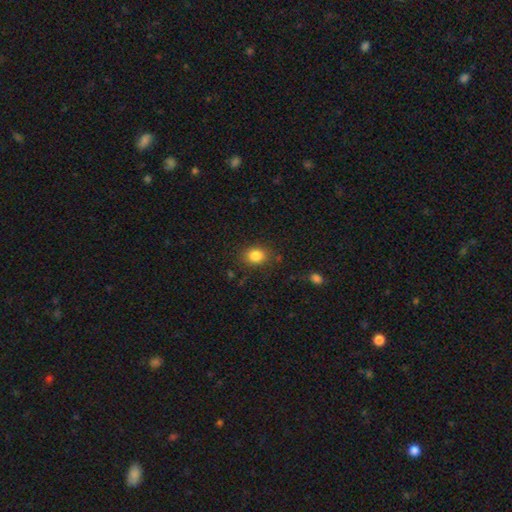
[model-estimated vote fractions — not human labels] Morphology: type=smooth (84%); roundness=in between (50%); merging=none (83%).